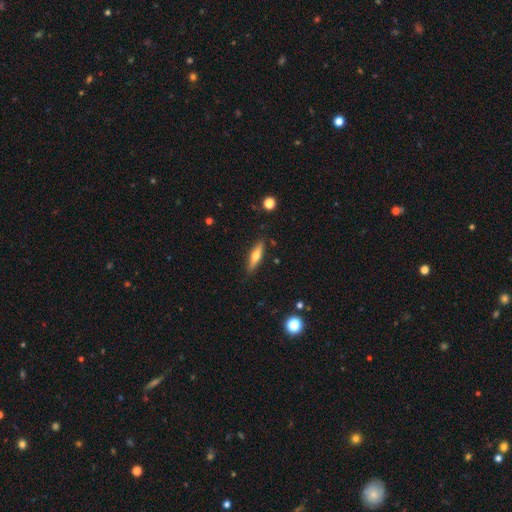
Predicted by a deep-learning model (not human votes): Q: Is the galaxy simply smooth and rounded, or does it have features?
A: smooth — 50%.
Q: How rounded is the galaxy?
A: cigar-shaped — 70%.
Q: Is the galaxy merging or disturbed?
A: none — 86%.